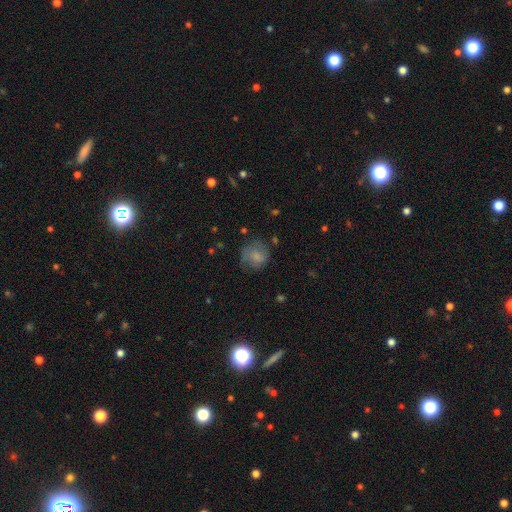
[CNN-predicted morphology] Q: Smooth or featured?
A: smooth (69%); runner-up: featured or disk (22%)
Q: How rounded?
A: round (82%); runner-up: in between (17%)
Q: Merging?
A: none (63%); runner-up: minor disturbance (23%)